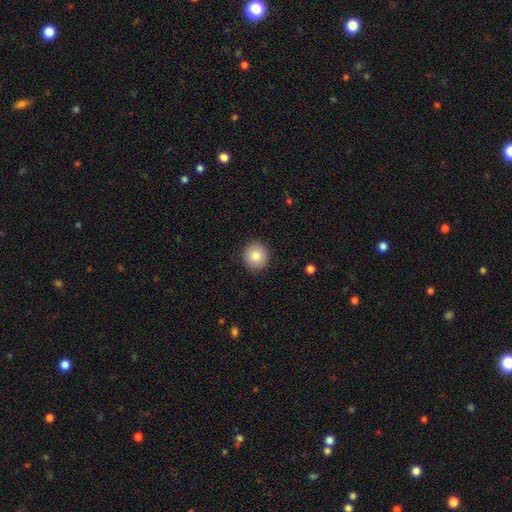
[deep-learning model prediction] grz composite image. It shows a smooth galaxy with no disk features (84%) that is round (89%). Merging: none (91%).